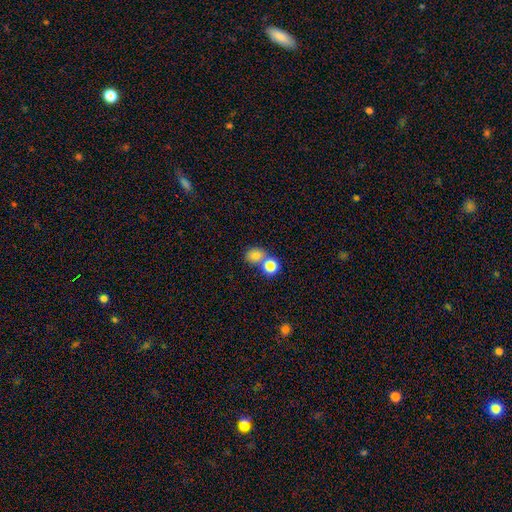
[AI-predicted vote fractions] A smooth galaxy with no disk features (78%) that is round (73%). Merging: none (45%).